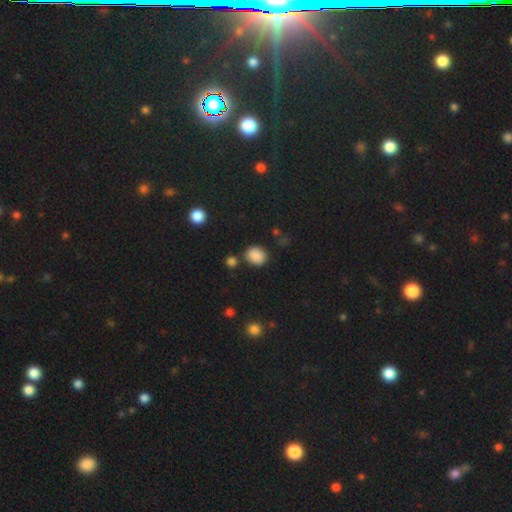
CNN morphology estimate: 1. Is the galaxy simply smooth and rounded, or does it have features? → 86% smooth, 11% star or artifact, 4% featured or disk.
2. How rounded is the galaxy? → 63% round, 36% in between, 1% cigar-shaped.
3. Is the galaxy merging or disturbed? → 76% none, 12% minor disturbance, 7% merger, 4% major disturbance.